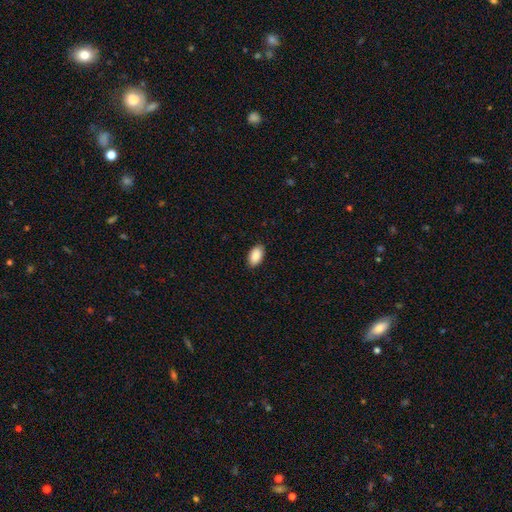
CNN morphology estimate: smooth_or_featured: smooth (p=0.89) [alt: star or artifact p=0.07]
how_rounded: in between (p=0.95) [alt: round p=0.04]
merging: none (p=0.89) [alt: minor disturbance p=0.08]